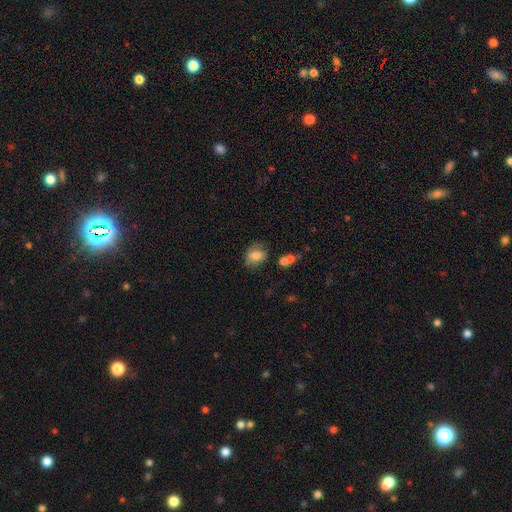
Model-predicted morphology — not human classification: Smooth or featured?
  - smooth: 74% *
  - featured or disk: 17%
  - star or artifact: 9%
How rounded?
  - in between: 63% *
  - round: 35%
  - cigar-shaped: 2%
Merging?
  - none: 58% *
  - minor disturbance: 25%
  - major disturbance: 9%
  - merger: 8%